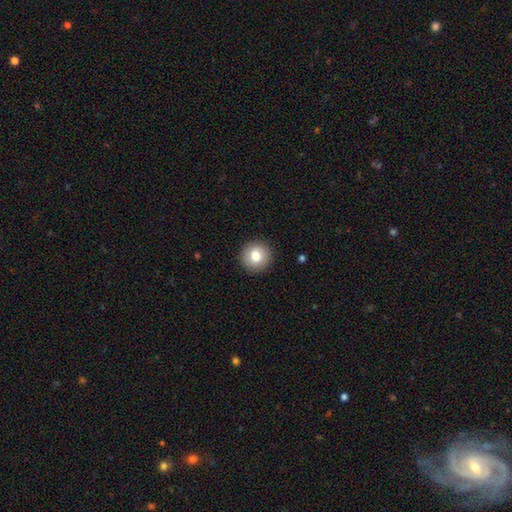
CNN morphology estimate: type=smooth (81%); roundness=round (93%); merging=none (92%).